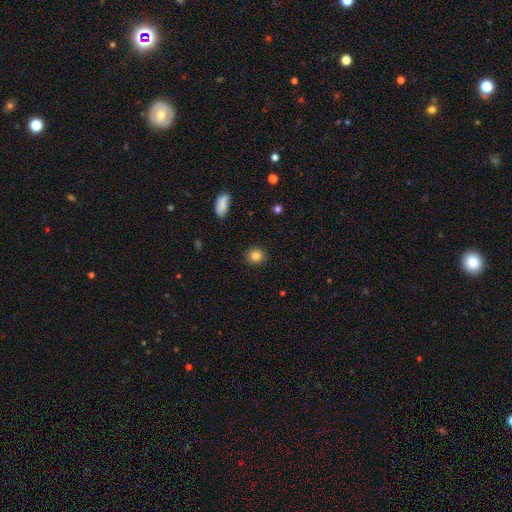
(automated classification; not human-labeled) Smooth or featured? Predicted: smooth (p=0.85). How rounded? Predicted: round (p=0.84). Merging? Predicted: none (p=0.90).